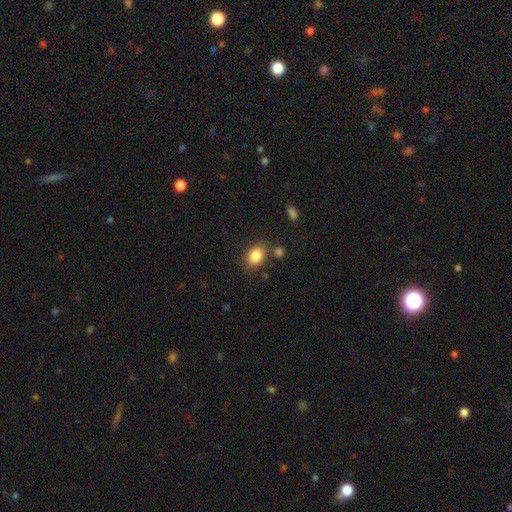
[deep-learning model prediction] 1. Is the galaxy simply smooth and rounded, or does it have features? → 85% smooth, 9% star or artifact, 6% featured or disk.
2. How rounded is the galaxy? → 66% in between, 33% round, 1% cigar-shaped.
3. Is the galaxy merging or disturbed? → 77% none, 12% minor disturbance, 7% merger, 4% major disturbance.